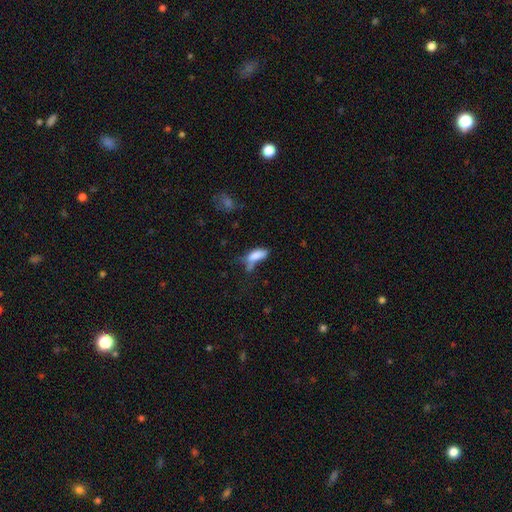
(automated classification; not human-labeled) smooth-or-featured: smooth: 77% | featured or disk: 14% | star or artifact: 9%
  how-rounded: in between: 75% | cigar-shaped: 23% | round: 3%
  merging: none: 37% | minor disturbance: 26% | merger: 20% | major disturbance: 17%